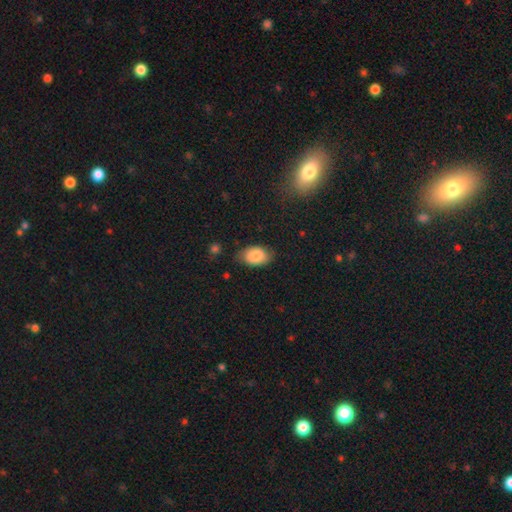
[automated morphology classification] The model was most divided on "merging": none: 74%, minor disturbance: 20%, major disturbance: 4%, merger: 2%. More confident: how rounded — in between (87%); smooth or featured — smooth (85%).